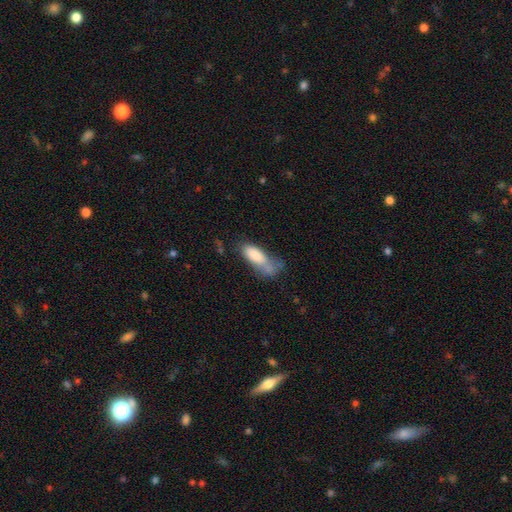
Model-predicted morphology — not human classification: Smooth or featured? Predicted: smooth (p=0.80). How rounded? Predicted: in between (p=0.77). Merging? Predicted: none (p=0.30).